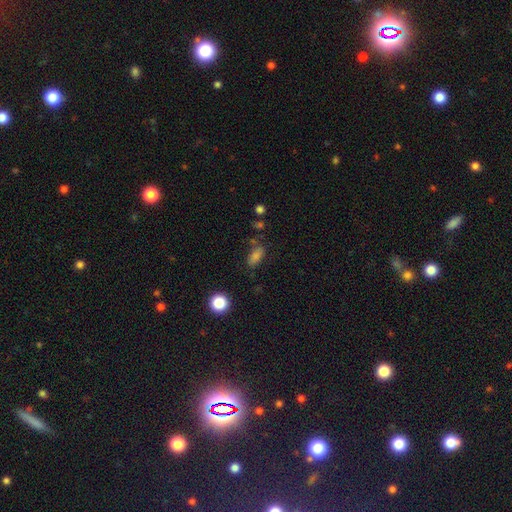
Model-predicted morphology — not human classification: Overall: smooth (77%). How rounded: in between (82%). Merging: none (68%).